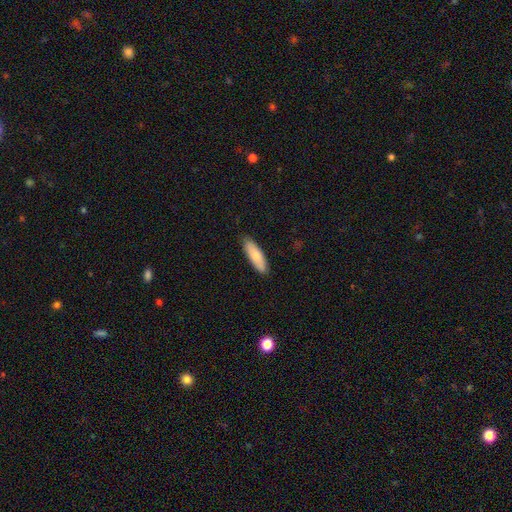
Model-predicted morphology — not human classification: A smooth galaxy with no disk features (77%) that is cigar-shaped (50%). Merging: none (87%).